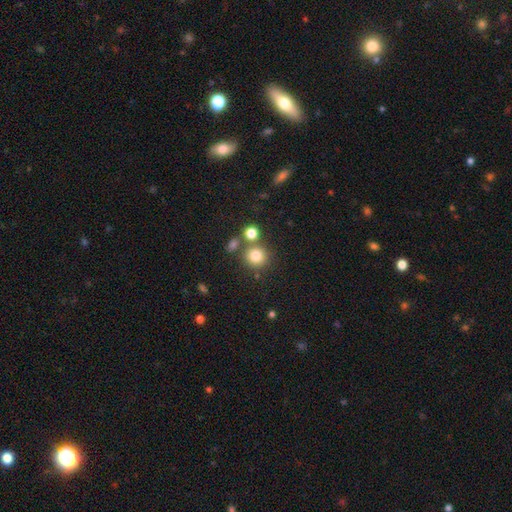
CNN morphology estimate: A smooth galaxy with no disk features (78%) that is round (90%).

Vote fractions:
- Smooth or featured? smooth: 78% / star or artifact: 14% / featured or disk: 8%
- How rounded? round: 90% / in between: 9% / cigar-shaped: 1%
- Merging? none: 70% / merger: 17% / minor disturbance: 9% / major disturbance: 4%